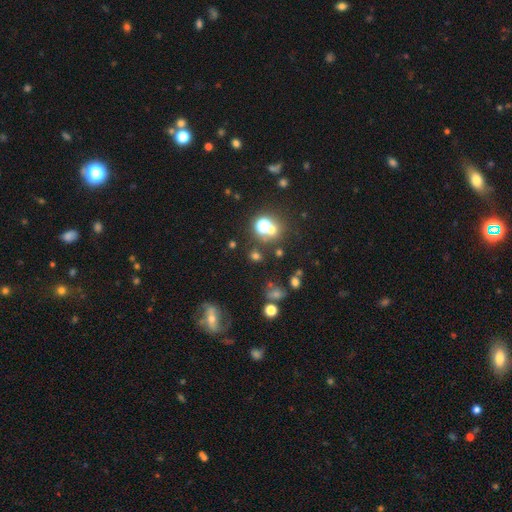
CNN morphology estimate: Smooth or featured?
  - smooth: 56% *
  - star or artifact: 35%
  - featured or disk: 9%
How rounded?
  - round: 73% *
  - in between: 25%
  - cigar-shaped: 2%
Merging?
  - none: 71% *
  - merger: 12%
  - minor disturbance: 11%
  - major disturbance: 5%